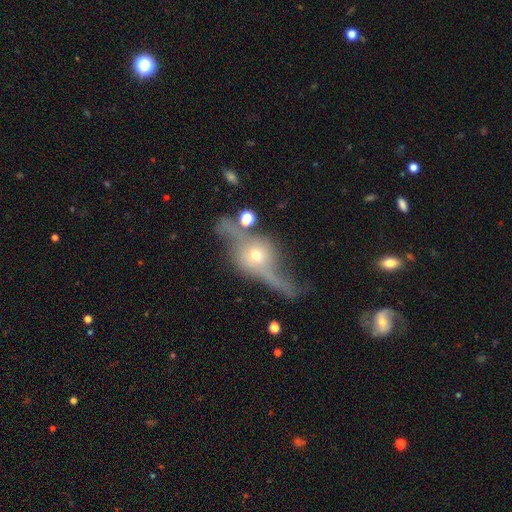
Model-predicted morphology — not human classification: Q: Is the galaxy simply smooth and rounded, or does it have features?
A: featured or disk — 76%.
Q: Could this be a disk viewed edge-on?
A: yes — 51%.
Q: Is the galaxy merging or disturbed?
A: none — 44%.